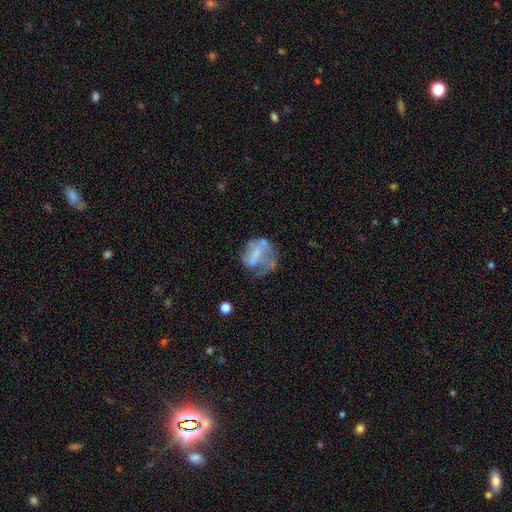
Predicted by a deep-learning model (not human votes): featured or disk 50%, smooth 39%, star or artifact 11%. Down the decision tree: edge-on disk — no (97%); merging — major disturbance (40%).